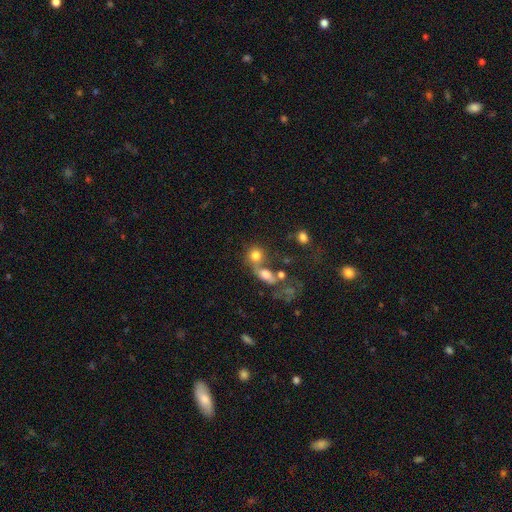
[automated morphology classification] A smooth galaxy with no disk features (76%) that is round (75%).

Vote fractions:
- Smooth or featured? smooth: 76% / star or artifact: 12% / featured or disk: 12%
- How rounded? round: 75% / in between: 23% / cigar-shaped: 2%
- Merging? merger: 43% / none: 38% / minor disturbance: 10% / major disturbance: 9%